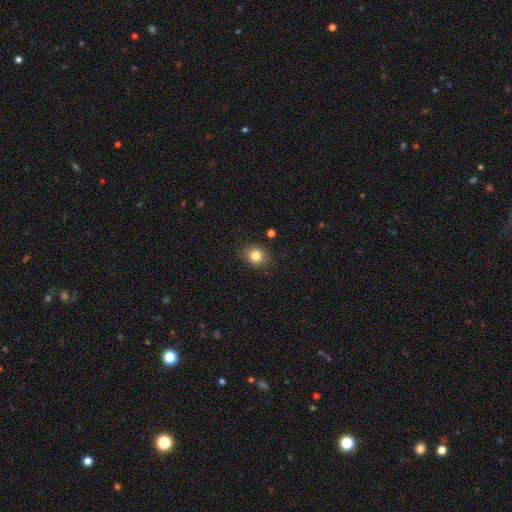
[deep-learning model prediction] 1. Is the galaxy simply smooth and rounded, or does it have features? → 84% smooth, 10% star or artifact, 6% featured or disk.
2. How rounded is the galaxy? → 65% round, 34% in between, 1% cigar-shaped.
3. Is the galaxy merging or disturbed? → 85% none, 11% minor disturbance, 3% major disturbance, 2% merger.